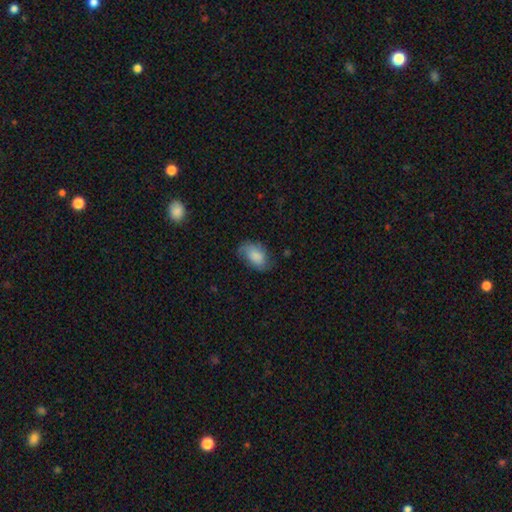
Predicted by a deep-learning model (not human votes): Smooth or featured? smooth (73%)
How rounded? in between (91%)
Merging? none (59%)